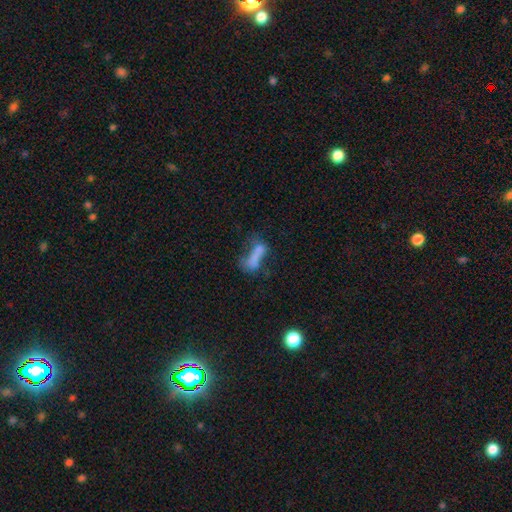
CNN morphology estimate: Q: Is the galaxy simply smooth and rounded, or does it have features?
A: smooth — 58%.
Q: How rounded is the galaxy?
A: in between — 63%.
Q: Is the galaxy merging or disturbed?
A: major disturbance — 31%.